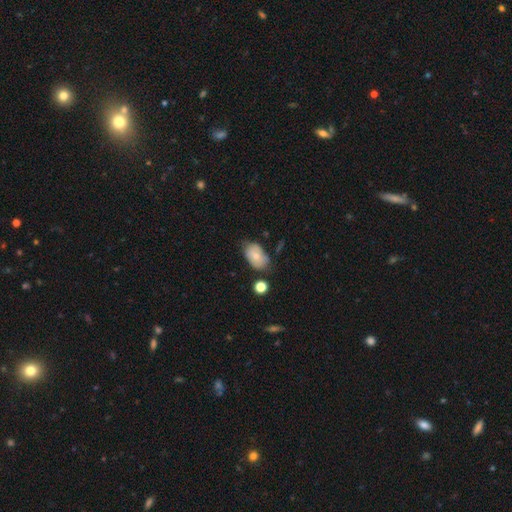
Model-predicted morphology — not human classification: type=smooth (68%); roundness=in between (86%); merging=none (58%).